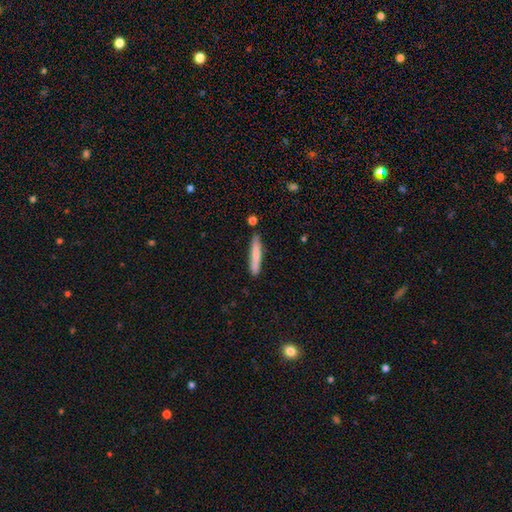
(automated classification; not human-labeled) Smooth or featured?
  - smooth: 77% *
  - featured or disk: 18%
  - star or artifact: 6%
How rounded?
  - cigar-shaped: 93% *
  - in between: 6%
  - round: 1%
Merging?
  - none: 83% *
  - minor disturbance: 12%
  - merger: 4%
  - major disturbance: 2%